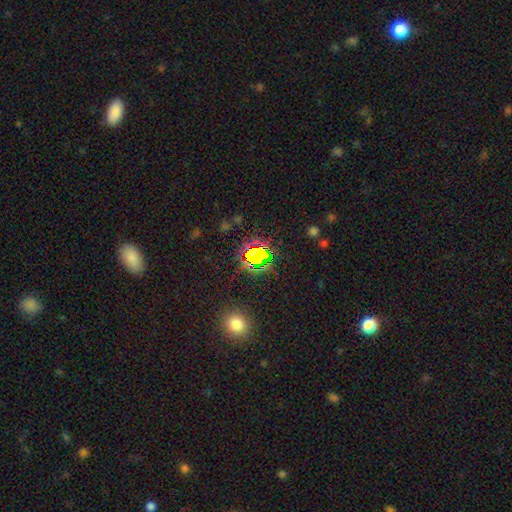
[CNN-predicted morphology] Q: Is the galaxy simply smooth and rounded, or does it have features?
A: star or artifact — 73%.